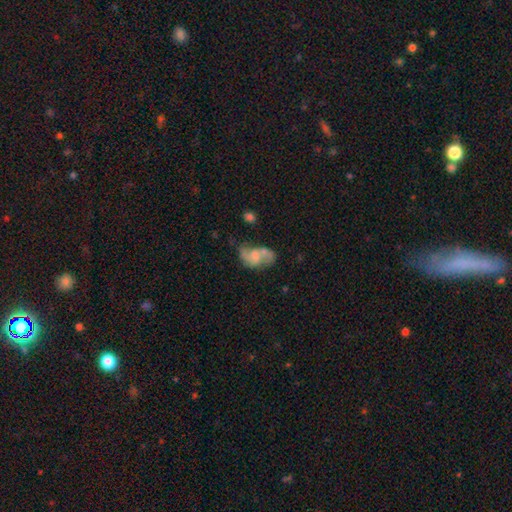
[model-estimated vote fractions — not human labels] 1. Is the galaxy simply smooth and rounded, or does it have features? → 58% featured or disk, 34% smooth, 9% star or artifact.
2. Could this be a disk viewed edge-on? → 97% no, 3% yes.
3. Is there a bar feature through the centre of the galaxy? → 64% no, 30% weak, 6% strong.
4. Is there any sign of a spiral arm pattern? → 75% yes, 25% no.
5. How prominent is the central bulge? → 34% small, 30% moderate, 27% none, 8% large, 2% dominant.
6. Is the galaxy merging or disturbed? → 39% none, 23% merger, 22% minor disturbance, 17% major disturbance.